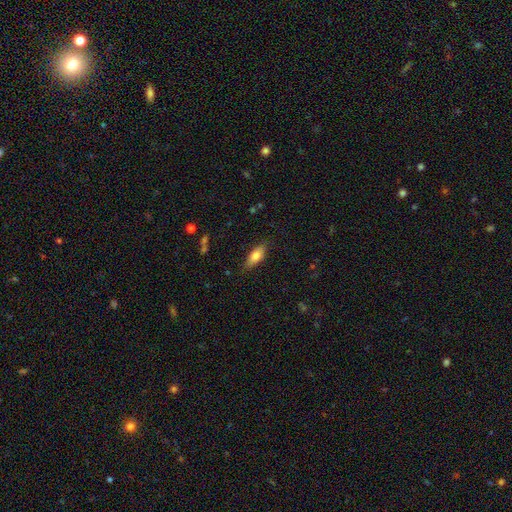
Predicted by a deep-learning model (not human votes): A smooth galaxy with no disk features (75%) that is in between round and cigar-shaped (74%).

Vote fractions:
- Smooth or featured? smooth: 75% / featured or disk: 18% / star or artifact: 7%
- How rounded? in between: 74% / cigar-shaped: 23% / round: 3%
- Merging? none: 82% / minor disturbance: 14% / major disturbance: 3% / merger: 1%